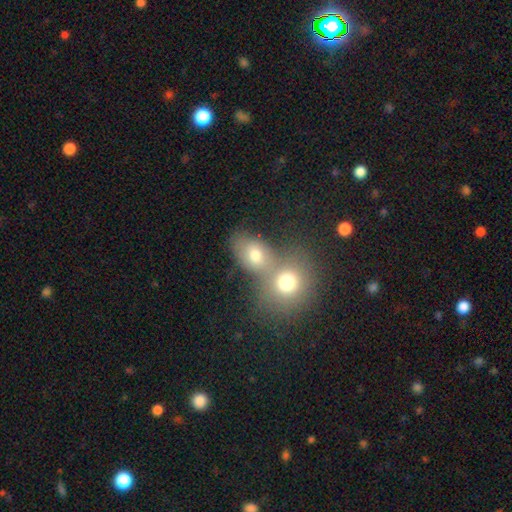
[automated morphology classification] smooth-or-featured: smooth: 71% | featured or disk: 15% | star or artifact: 13%
  how-rounded: in between: 52% | round: 46% | cigar-shaped: 2%
  merging: merger: 52% | none: 35% | minor disturbance: 9% | major disturbance: 4%